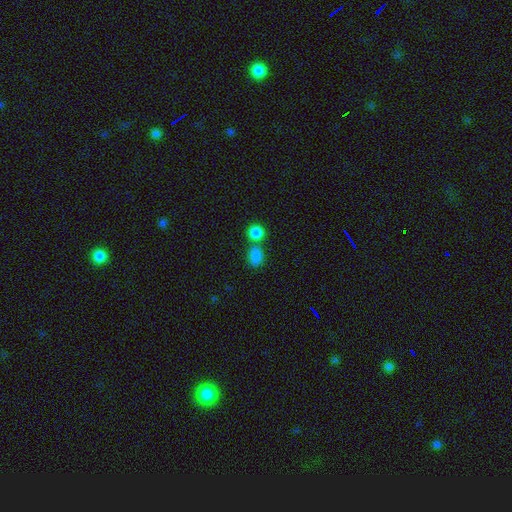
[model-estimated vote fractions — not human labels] Smooth or featured? smooth (84%)
How rounded? in between (65%)
Merging? none (53%)